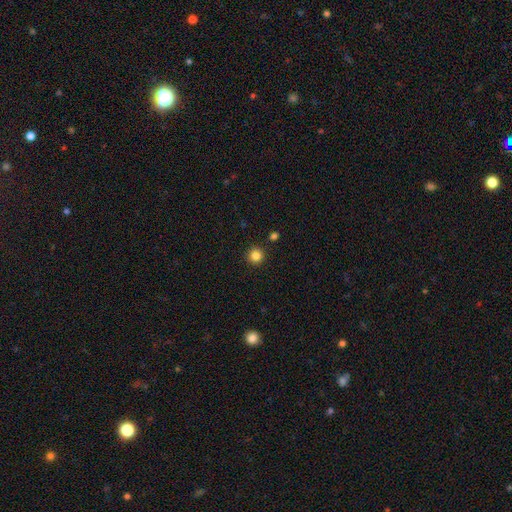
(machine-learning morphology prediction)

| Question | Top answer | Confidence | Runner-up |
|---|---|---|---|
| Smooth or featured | smooth | 84% | star or artifact (11%) |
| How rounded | round | 95% | in between (4%) |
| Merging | none | 91% | minor disturbance (5%) |